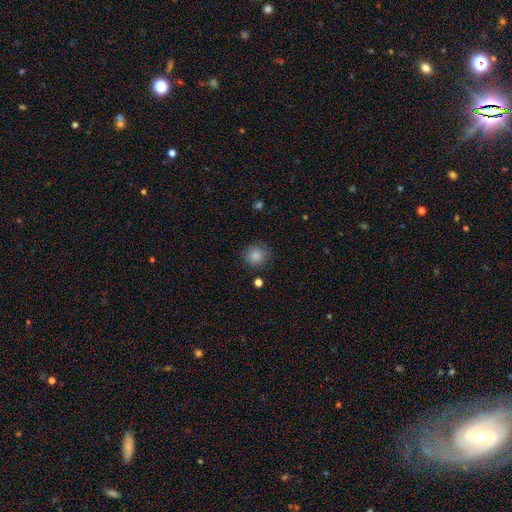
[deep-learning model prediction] A smooth galaxy with no disk features (85%) that is round (92%). Merging: none (87%).